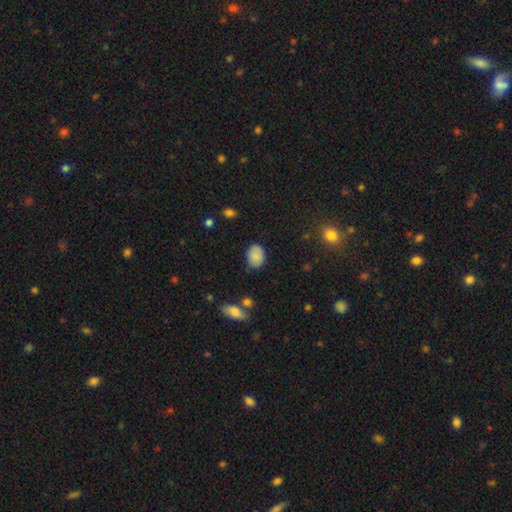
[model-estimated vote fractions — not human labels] Overall: smooth (86%). How rounded: in between (71%). Merging: none (79%).